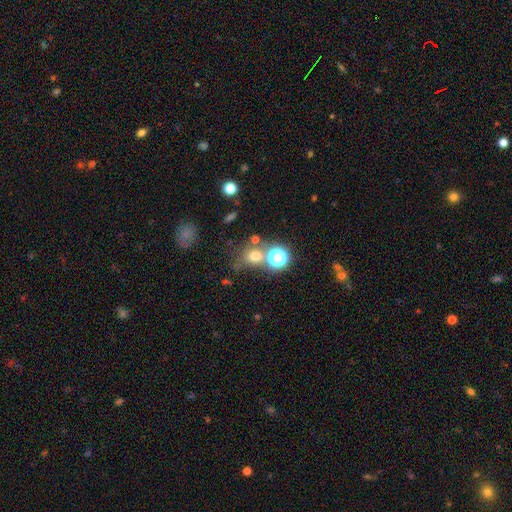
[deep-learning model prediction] Smooth or featured? smooth (66%)
How rounded? round (68%)
Merging? none (55%)